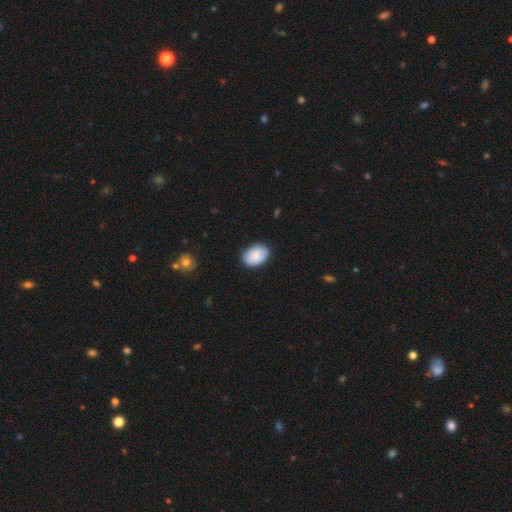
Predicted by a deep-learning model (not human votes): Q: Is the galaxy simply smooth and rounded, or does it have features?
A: smooth — 85%.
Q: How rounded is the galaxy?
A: in between — 79%.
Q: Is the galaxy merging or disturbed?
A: none — 85%.